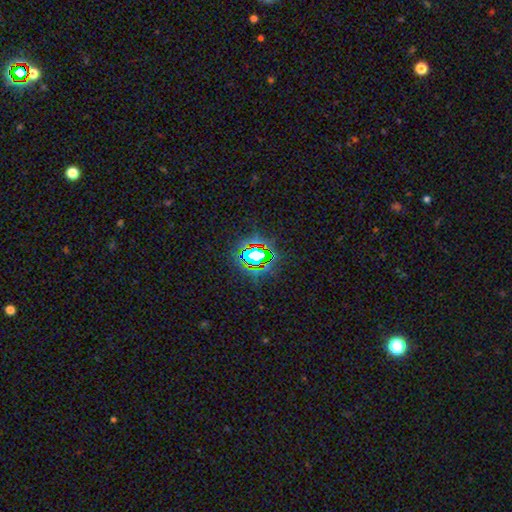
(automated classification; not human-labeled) A star or artifact, not a galaxy (73%).

Vote fractions:
- Smooth or featured? star or artifact: 73% / smooth: 16% / featured or disk: 11%